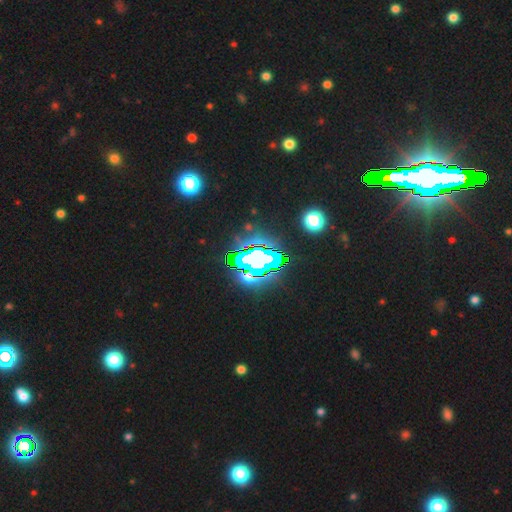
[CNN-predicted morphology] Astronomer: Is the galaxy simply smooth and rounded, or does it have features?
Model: star or artifact — 68%.